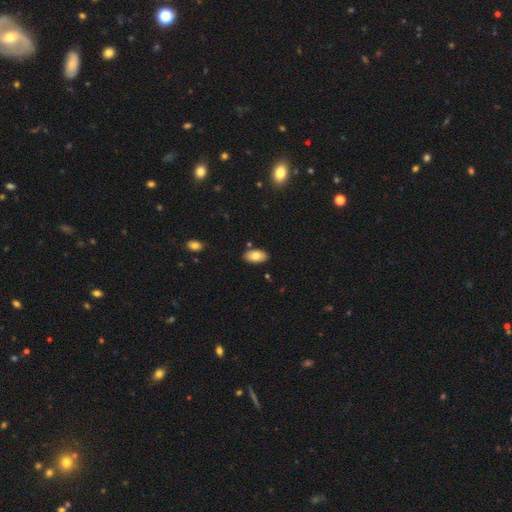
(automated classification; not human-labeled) smooth_or_featured: smooth (p=0.79) [alt: featured or disk p=0.15]
how_rounded: in between (p=0.95) [alt: round p=0.04]
merging: none (p=0.85) [alt: minor disturbance p=0.10]